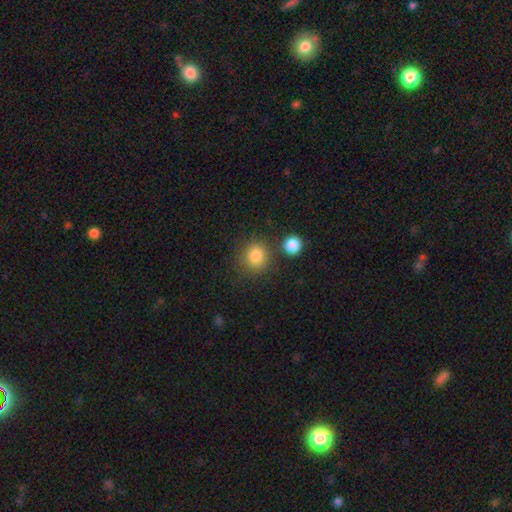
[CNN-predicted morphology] type=smooth (83%); roundness=round (86%); merging=none (76%).